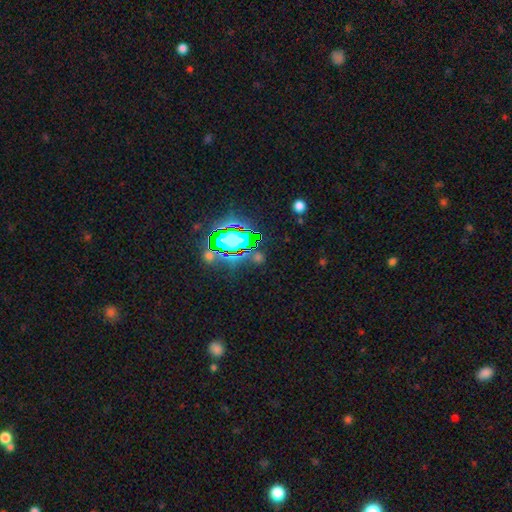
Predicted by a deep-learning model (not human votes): The model was most divided on "smooth or featured": star or artifact: 69%, smooth: 18%, featured or disk: 13%.